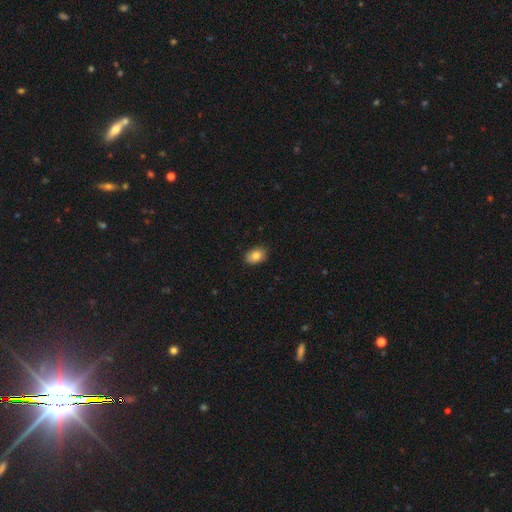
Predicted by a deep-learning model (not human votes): Q: Smooth or featured?
A: smooth (84%); runner-up: star or artifact (8%)
Q: How rounded?
A: in between (80%); runner-up: round (19%)
Q: Merging?
A: none (87%); runner-up: minor disturbance (10%)